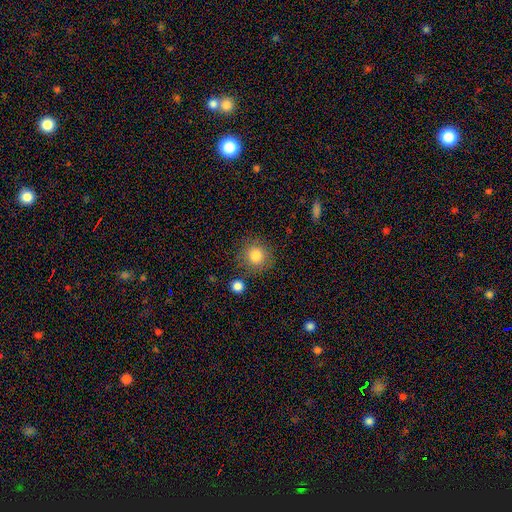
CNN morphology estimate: Smooth or featured?
  - smooth: 84% *
  - star or artifact: 10%
  - featured or disk: 7%
How rounded?
  - round: 92% *
  - in between: 7%
  - cigar-shaped: 1%
Merging?
  - none: 82% *
  - minor disturbance: 10%
  - merger: 4%
  - major disturbance: 3%